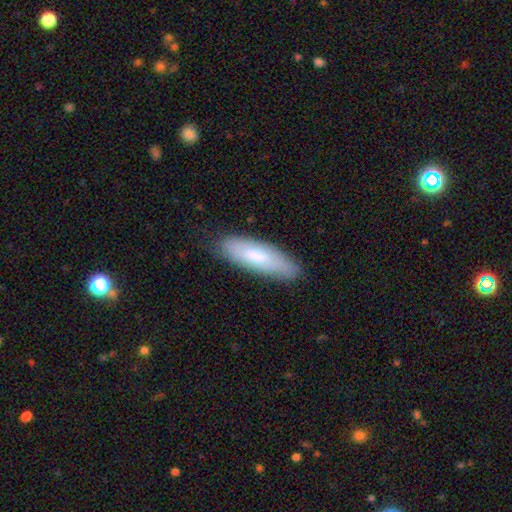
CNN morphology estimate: A smooth galaxy with no disk features (73%) that is cigar-shaped (53%).

Vote fractions:
- Smooth or featured? smooth: 73% / featured or disk: 21% / star or artifact: 6%
- How rounded? cigar-shaped: 53% / in between: 46% / round: 1%
- Merging? none: 82% / minor disturbance: 14% / major disturbance: 3% / merger: 1%